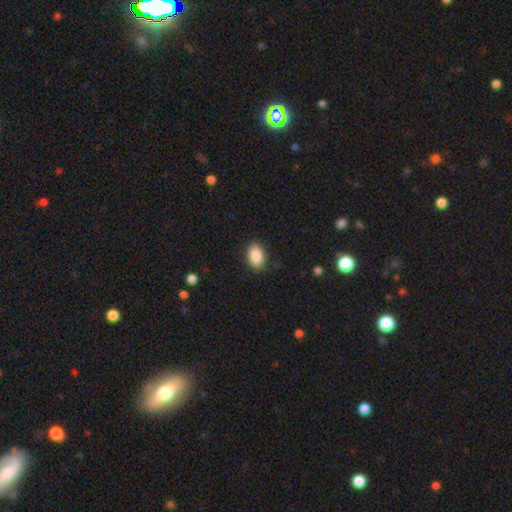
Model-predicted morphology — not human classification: Smooth or featured?
  - smooth: 89% *
  - star or artifact: 7%
  - featured or disk: 4%
How rounded?
  - in between: 88% *
  - round: 11%
  - cigar-shaped: 1%
Merging?
  - none: 87% *
  - minor disturbance: 10%
  - major disturbance: 2%
  - merger: 1%